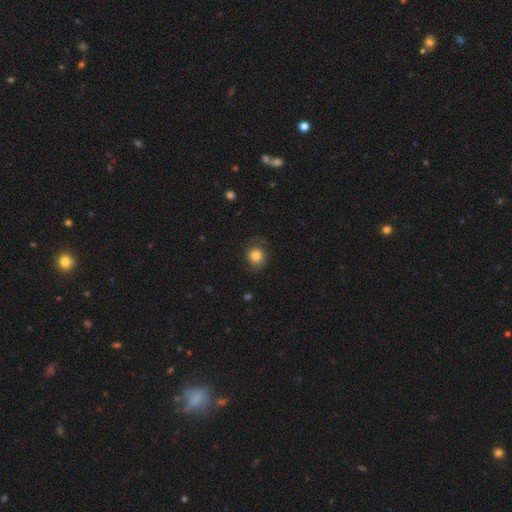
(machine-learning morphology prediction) This is likely a smooth galaxy (74%). How rounded: clearly round (82%). Merging: likely none (70%).